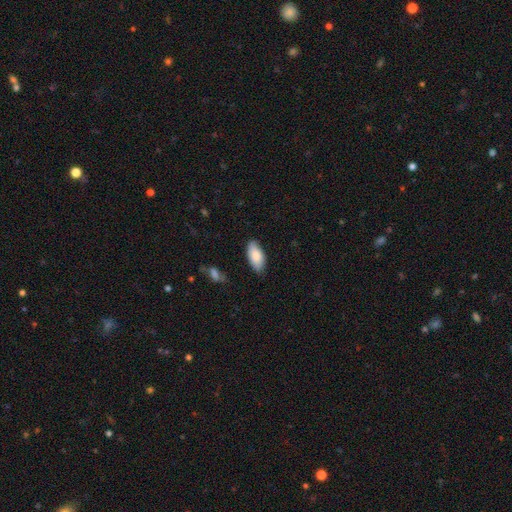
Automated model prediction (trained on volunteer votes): Smooth or featured: smooth — 83% (featured or disk — 11%)
How rounded: in between — 90% (cigar-shaped — 7%)
Merging: none — 80% (minor disturbance — 16%)